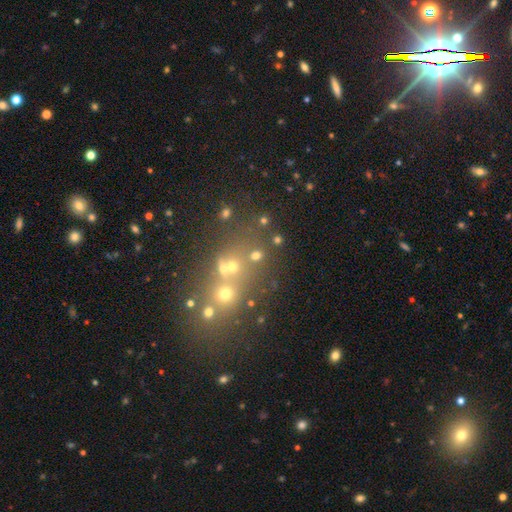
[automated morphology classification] smooth 60%, star or artifact 27%, featured or disk 13%. Down the decision tree: how rounded — round (78%); merging — none (61%).